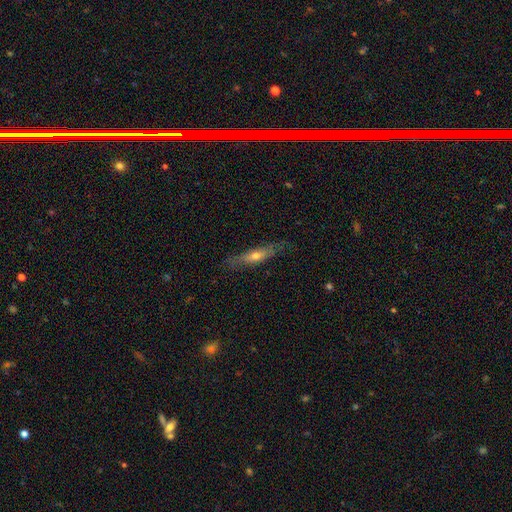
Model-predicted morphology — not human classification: smooth-or-featured: featured or disk: 51% | smooth: 42% | star or artifact: 7%
  disk-edge-on: yes: 73% | no: 27%
  merging: none: 74% | minor disturbance: 19% | major disturbance: 5% | merger: 1%